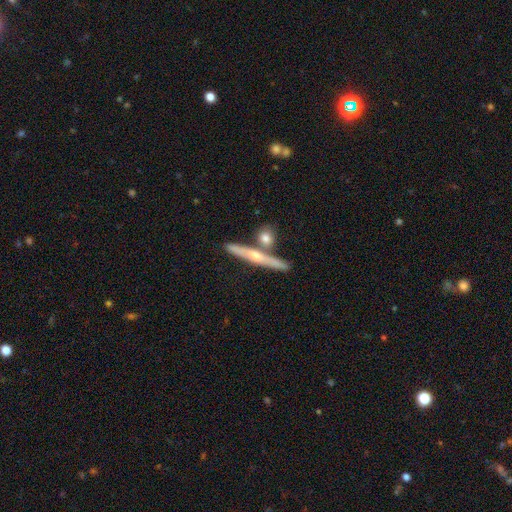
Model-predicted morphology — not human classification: featured or disk 72%, smooth 22%, star or artifact 6%. Down the decision tree: edge-on disk — yes (96%); edge-on bulge — rounded (84%); merging — none (76%).